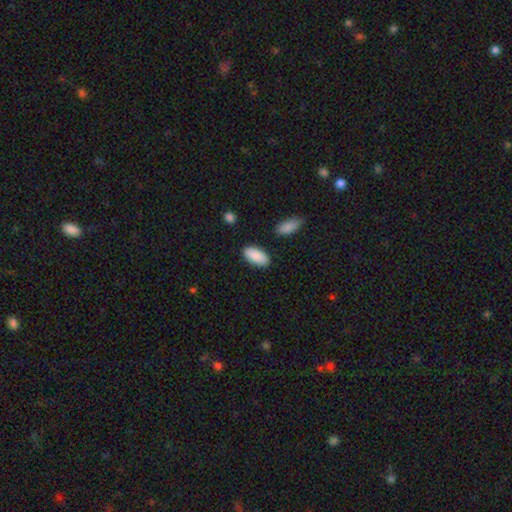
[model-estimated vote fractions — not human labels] Smooth or featured: smooth — 90% (star or artifact — 6%)
How rounded: in between — 93% (cigar-shaped — 5%)
Merging: none — 86% (minor disturbance — 9%)